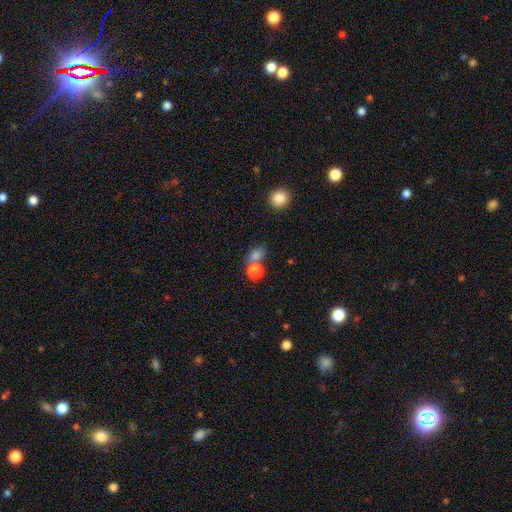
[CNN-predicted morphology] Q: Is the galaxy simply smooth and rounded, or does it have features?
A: smooth — 79%.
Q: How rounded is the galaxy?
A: in between — 55%.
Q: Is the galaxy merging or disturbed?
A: none — 48%.